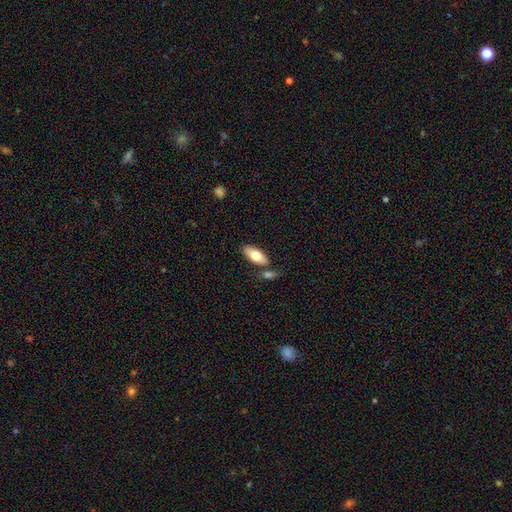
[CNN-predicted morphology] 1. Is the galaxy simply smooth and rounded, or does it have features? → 72% smooth, 22% featured or disk, 6% star or artifact.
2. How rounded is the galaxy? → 84% in between, 13% cigar-shaped, 2% round.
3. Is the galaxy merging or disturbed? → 67% none, 16% merger, 13% minor disturbance, 4% major disturbance.